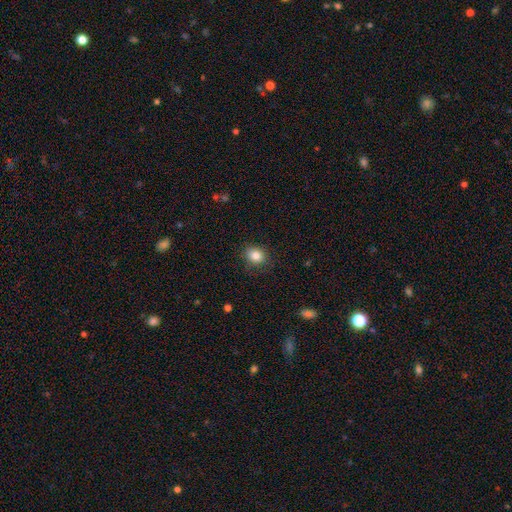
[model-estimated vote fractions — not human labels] The model was most divided on "how rounded": round: 60%, in between: 39%, cigar-shaped: 1%. More confident: smooth or featured — smooth (85%); merging — none (83%).